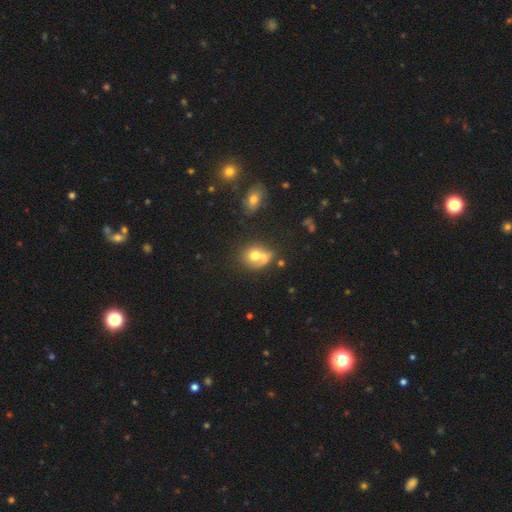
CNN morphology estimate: Smooth or featured? Predicted: smooth (p=0.64). How rounded? Predicted: round (p=0.60). Merging? Predicted: merger (p=0.48).